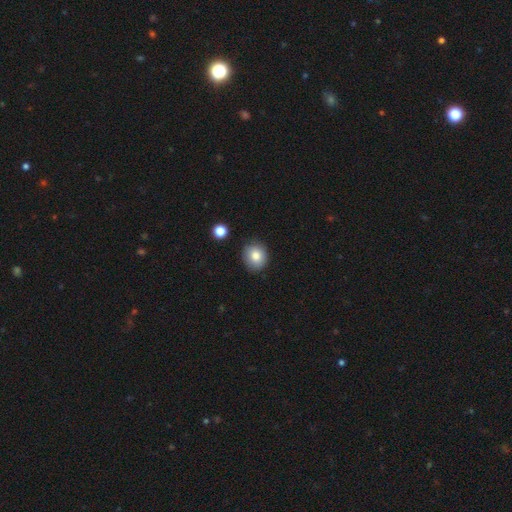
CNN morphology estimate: Smooth or featured? smooth (83%)
How rounded? round (77%)
Merging? none (85%)